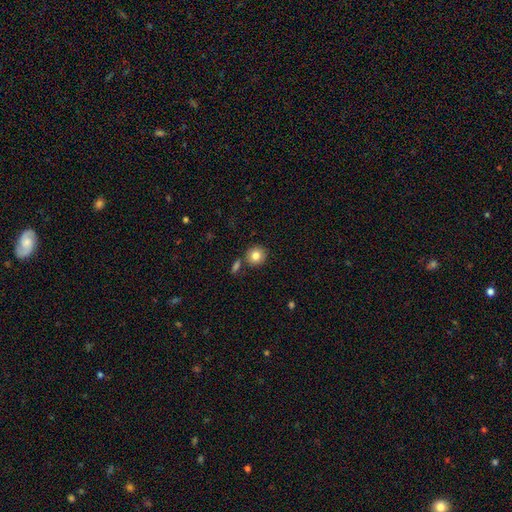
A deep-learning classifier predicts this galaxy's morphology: This appears to be a smooth galaxy with no disk features (82%) that is round (89%). Merging: none (79%).